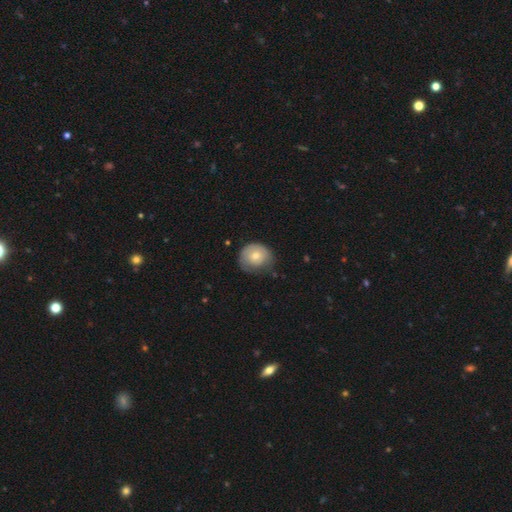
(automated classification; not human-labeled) Q: Smooth or featured?
A: smooth (61%); runner-up: featured or disk (32%)
Q: How rounded?
A: round (78%); runner-up: in between (21%)
Q: Merging?
A: none (56%); runner-up: minor disturbance (31%)